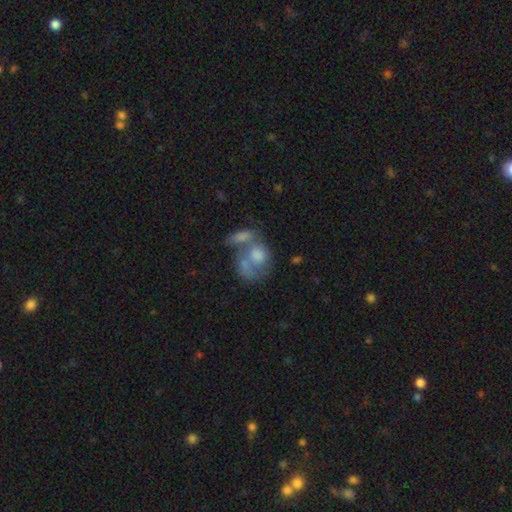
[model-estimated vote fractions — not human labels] Smooth or featured: smooth — 47% (featured or disk — 41%)
Merging: merger — 56% (none — 19%)